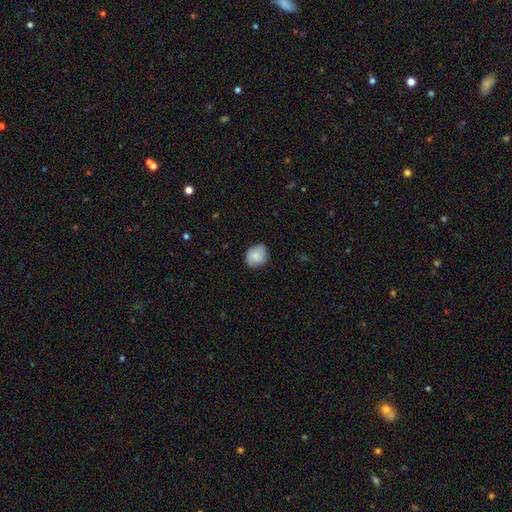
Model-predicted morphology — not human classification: Smooth or featured? Predicted: smooth (p=0.78). How rounded? Predicted: round (p=0.63). Merging? Predicted: none (p=0.76).